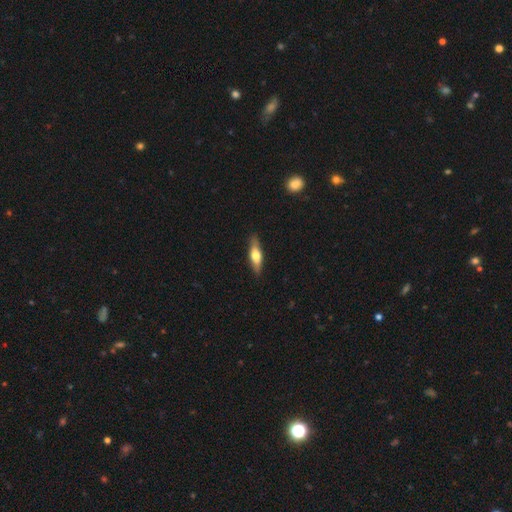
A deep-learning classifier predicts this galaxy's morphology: Smooth or featured? Predicted: smooth (p=0.48). Merging? Predicted: none (p=0.88).